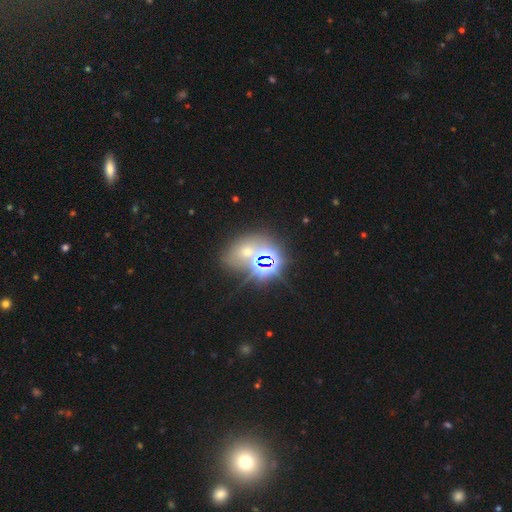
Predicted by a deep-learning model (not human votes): Smooth or featured: star or artifact — 65% (smooth — 22%)